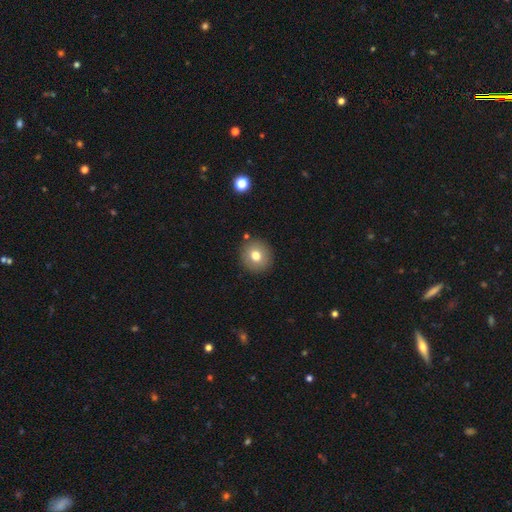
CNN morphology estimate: Smooth or featured: smooth — 75% (featured or disk — 14%)
How rounded: round — 91% (in between — 8%)
Merging: none — 88% (minor disturbance — 7%)